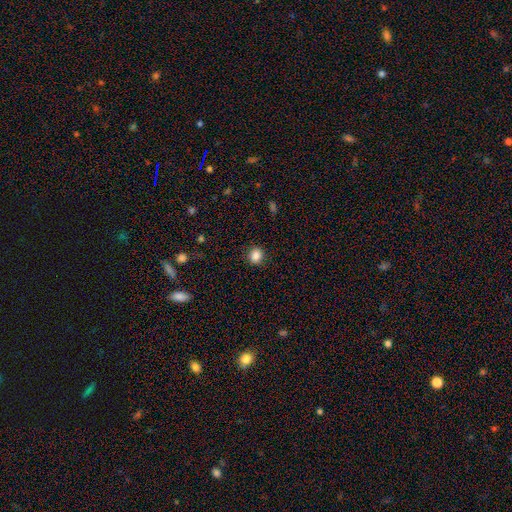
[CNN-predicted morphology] smooth 86%, star or artifact 10%, featured or disk 3%. Down the decision tree: how rounded — round (76%); merging — none (89%).